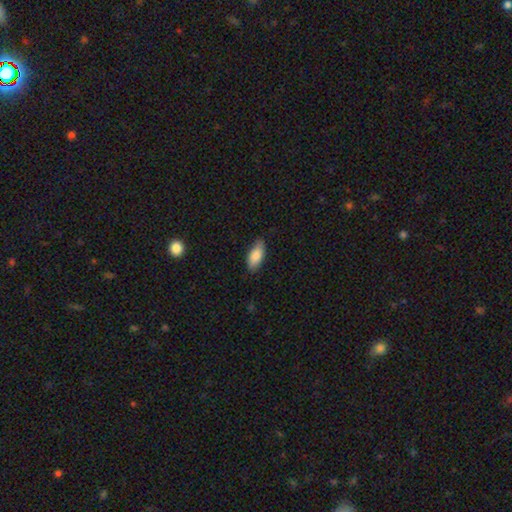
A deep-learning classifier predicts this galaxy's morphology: Overall: smooth (85%). How rounded: in between (86%). Merging: none (81%).